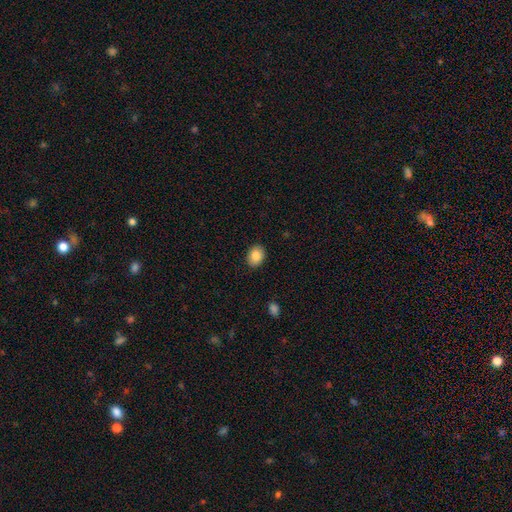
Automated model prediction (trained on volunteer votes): Smooth or featured?
  - smooth: 87% *
  - star or artifact: 8%
  - featured or disk: 5%
How rounded?
  - in between: 64% *
  - round: 35%
  - cigar-shaped: 1%
Merging?
  - none: 89% *
  - minor disturbance: 8%
  - major disturbance: 2%
  - merger: 1%